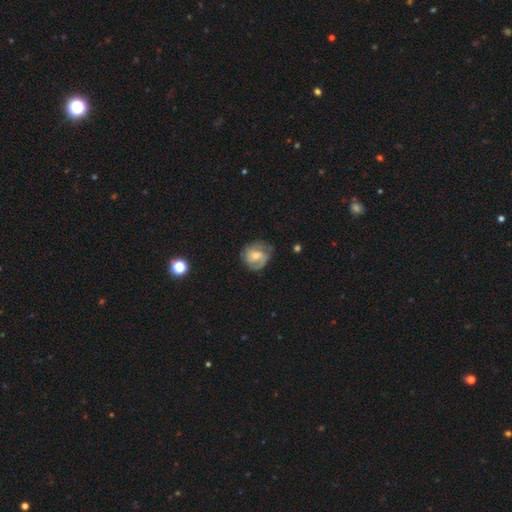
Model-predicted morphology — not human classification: The model was most divided on "spiral winding": medium: 42%, tight: 40%, loose: 18%. Remaining: edge-on disk — no (97%); spiral arms — yes (86%); merging — none (65%); smooth or featured — featured or disk (61%); spiral arm count — 2 (55%); bar — no (49%); bulge size — moderate (48%).